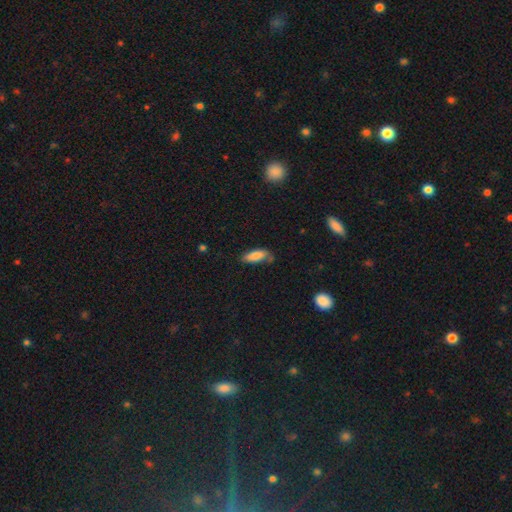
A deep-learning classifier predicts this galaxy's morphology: This appears to be a smooth galaxy with no disk features (84%) that is in between round and cigar-shaped (71%). Merging: none (60%).